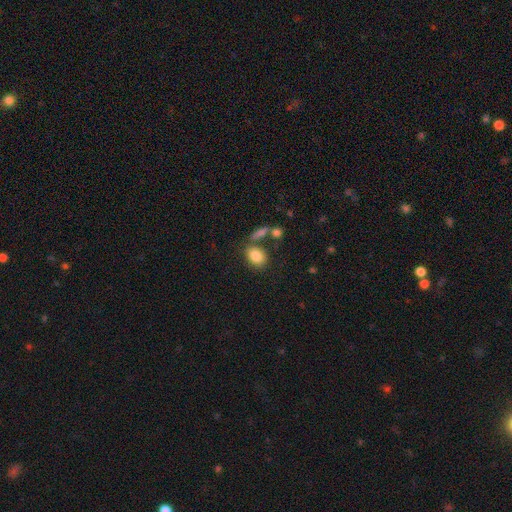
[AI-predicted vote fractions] Smooth or featured: smooth — 85% (star or artifact — 8%)
How rounded: in between — 76% (round — 22%)
Merging: none — 60% (merger — 19%)